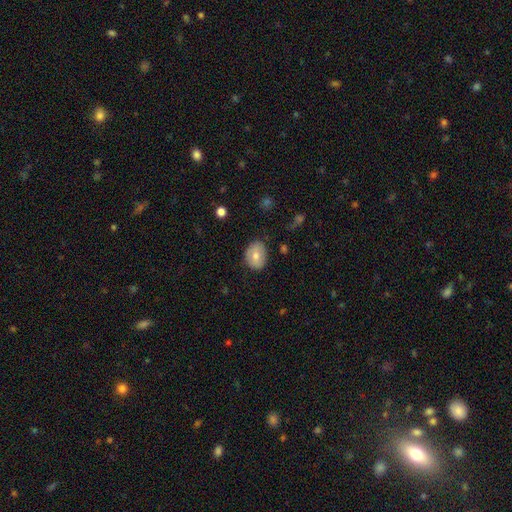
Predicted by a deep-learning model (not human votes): Smooth or featured?
  - smooth: 71% *
  - featured or disk: 22%
  - star or artifact: 8%
How rounded?
  - in between: 57% *
  - round: 42%
  - cigar-shaped: 1%
Merging?
  - none: 77% *
  - minor disturbance: 18%
  - major disturbance: 4%
  - merger: 1%